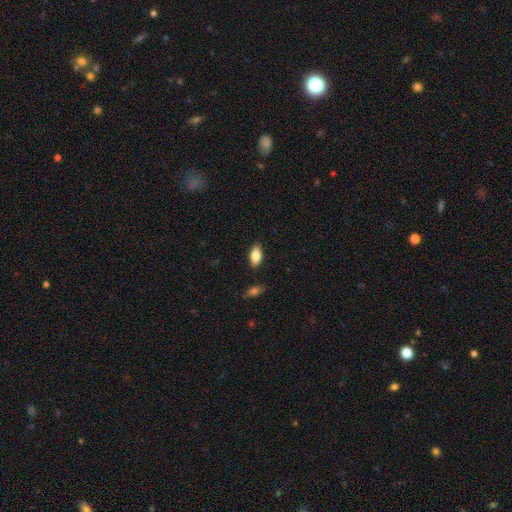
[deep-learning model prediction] Smooth or featured?
  - smooth: 79% *
  - featured or disk: 14%
  - star or artifact: 7%
How rounded?
  - in between: 88% *
  - cigar-shaped: 9%
  - round: 3%
Merging?
  - none: 85% *
  - minor disturbance: 11%
  - major disturbance: 2%
  - merger: 2%